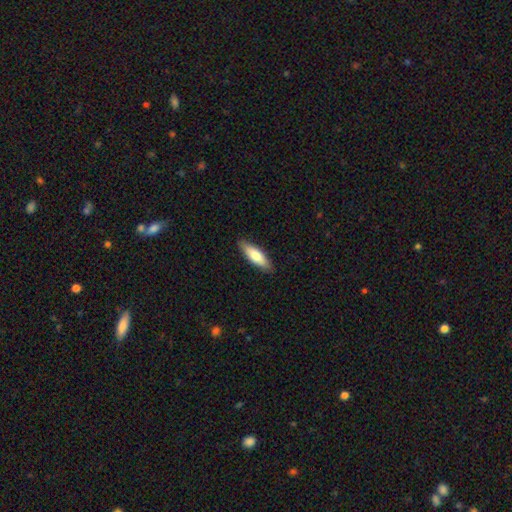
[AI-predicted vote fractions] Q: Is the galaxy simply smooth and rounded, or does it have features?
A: smooth — 72%.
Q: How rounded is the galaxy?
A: in between — 52%.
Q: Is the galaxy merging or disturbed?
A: none — 88%.